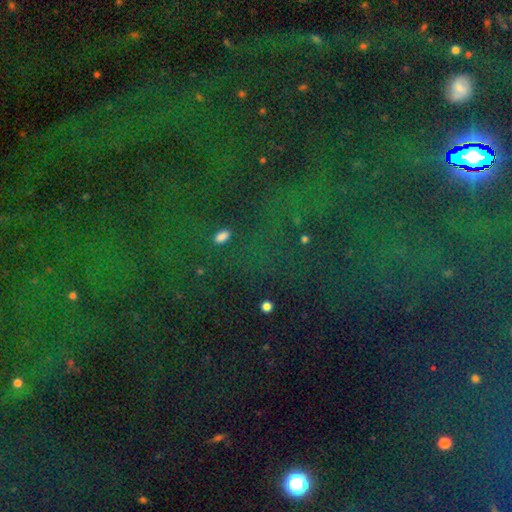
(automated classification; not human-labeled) Smooth or featured?
  - star or artifact: 81% *
  - smooth: 11%
  - featured or disk: 8%